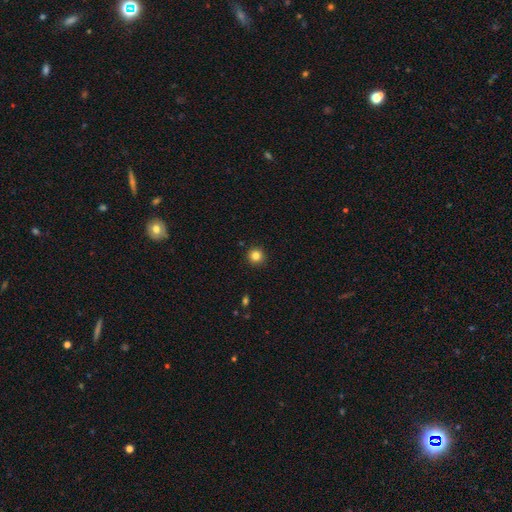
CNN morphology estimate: smooth_or_featured: smooth (p=0.83) [alt: star or artifact p=0.12]
how_rounded: round (p=0.95) [alt: in between p=0.04]
merging: none (p=0.92) [alt: minor disturbance p=0.05]